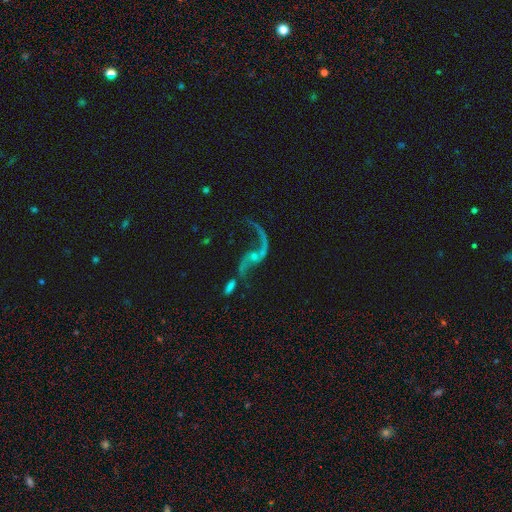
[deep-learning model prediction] Smooth or featured?
  - featured or disk: 86% *
  - star or artifact: 9%
  - smooth: 5%
Edge-on disk?
  - no: 95% *
  - yes: 5%
Bar?
  - no: 61% *
  - weak: 28%
  - strong: 11%
Spiral arms?
  - yes: 91% *
  - no: 9%
Spiral winding?
  - loose: 91% *
  - medium: 7%
  - tight: 2%
Spiral arm count?
  - 2: 84% *
  - 1: 11%
  - can't tell: 2%
  - 3: 1%
  - 4: 1%
  - more than 4: 1%
Bulge size?
  - small: 66% *
  - none: 15%
  - moderate: 15%
  - large: 2%
  - dominant: 1%
Merging?
  - none: 39% *
  - major disturbance: 23%
  - merger: 23%
  - minor disturbance: 14%